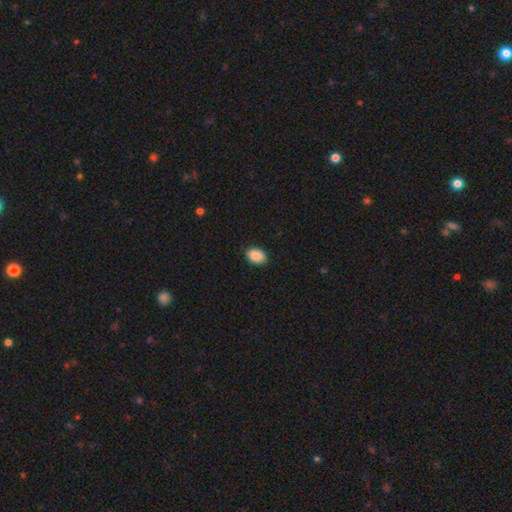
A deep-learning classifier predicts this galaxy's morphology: smooth 90%, star or artifact 7%, featured or disk 3%. Down the decision tree: how rounded — in between (78%); merging — none (87%).